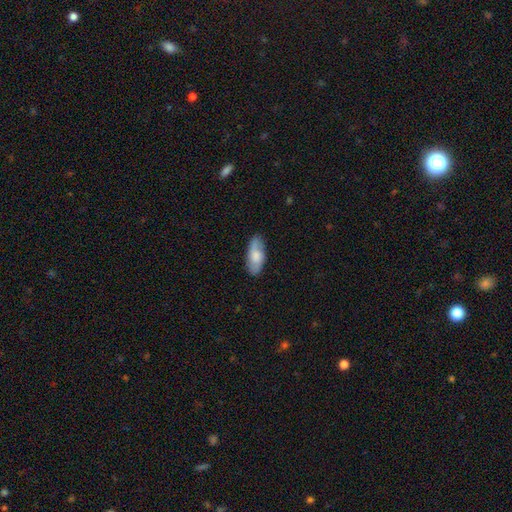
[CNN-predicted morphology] smooth 64%, featured or disk 30%, star or artifact 6%. Down the decision tree: how rounded — in between (84%); merging — none (83%).